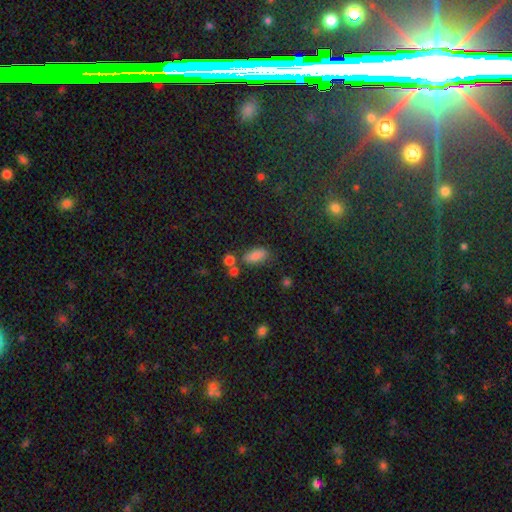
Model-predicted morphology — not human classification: Smooth or featured?
  - smooth: 81% *
  - star or artifact: 11%
  - featured or disk: 8%
How rounded?
  - in between: 88% *
  - cigar-shaped: 7%
  - round: 6%
Merging?
  - none: 66% *
  - minor disturbance: 17%
  - merger: 11%
  - major disturbance: 6%